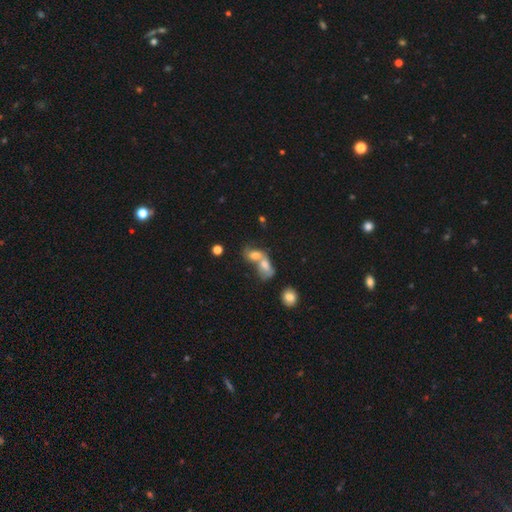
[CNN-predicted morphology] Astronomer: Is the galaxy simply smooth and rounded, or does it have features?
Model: smooth — 50% (runner-up: featured or disk, 28%).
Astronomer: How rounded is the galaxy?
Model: in between — 50% (runner-up: round, 39%).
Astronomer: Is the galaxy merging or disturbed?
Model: merger — 62%.